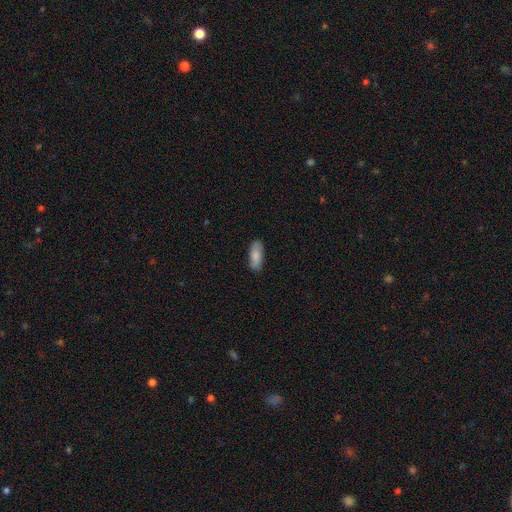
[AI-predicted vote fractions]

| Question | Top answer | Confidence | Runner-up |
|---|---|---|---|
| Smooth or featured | smooth | 82% | featured or disk (12%) |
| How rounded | in between | 77% | cigar-shaped (21%) |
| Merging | none | 83% | minor disturbance (13%) |